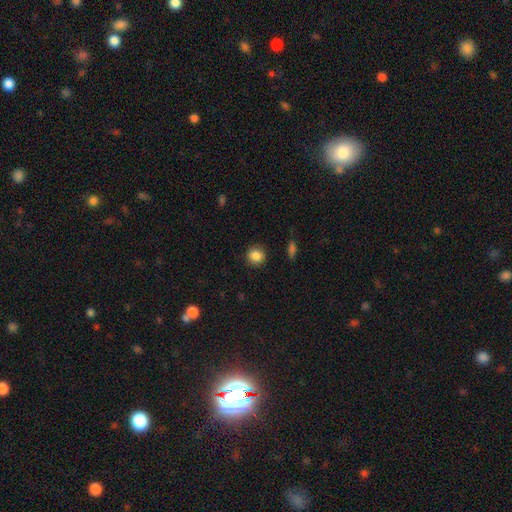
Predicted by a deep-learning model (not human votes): Overall: smooth (86%). How rounded: round (90%). Merging: none (89%).